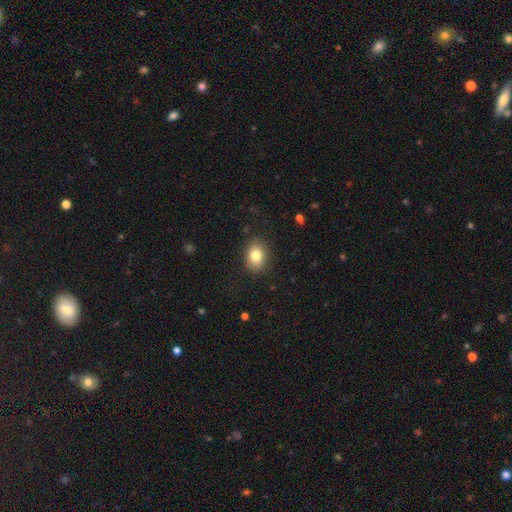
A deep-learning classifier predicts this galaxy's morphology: Smooth or featured? smooth (82%)
How rounded? in between (68%)
Merging? none (87%)